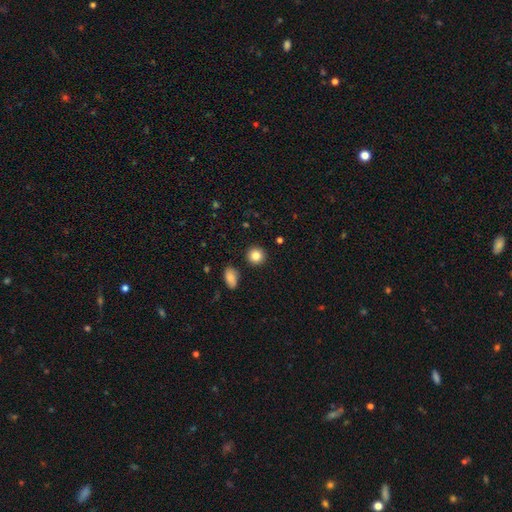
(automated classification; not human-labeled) smooth_or_featured: smooth (p=0.85) [alt: star or artifact p=0.09]
how_rounded: round (p=0.90) [alt: in between p=0.09]
merging: none (p=0.90) [alt: minor disturbance p=0.06]